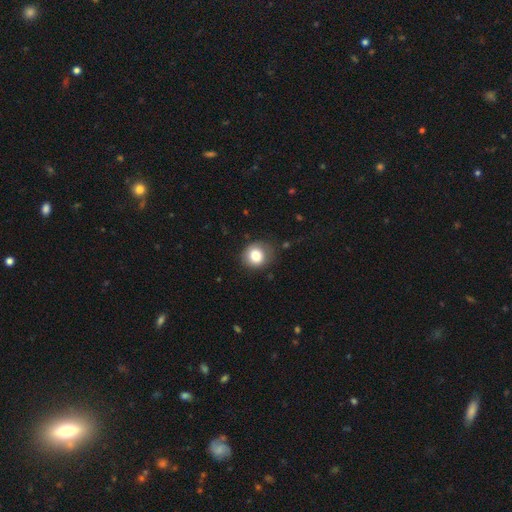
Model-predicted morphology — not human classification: Smooth or featured? smooth (80%)
How rounded? round (85%)
Merging? none (78%)